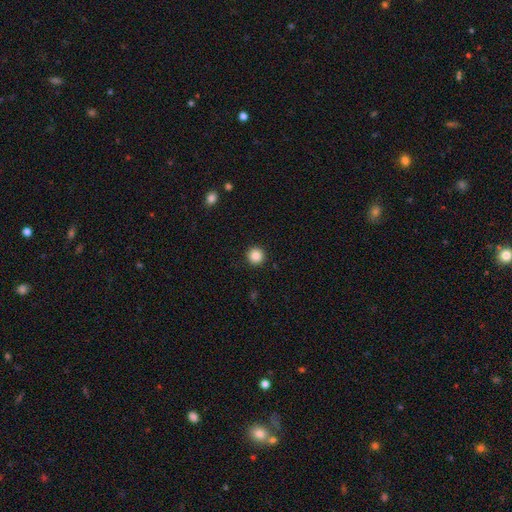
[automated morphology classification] Q: Smooth or featured?
A: smooth (86%); runner-up: star or artifact (10%)
Q: How rounded?
A: round (96%); runner-up: in between (3%)
Q: Merging?
A: none (93%); runner-up: minor disturbance (4%)